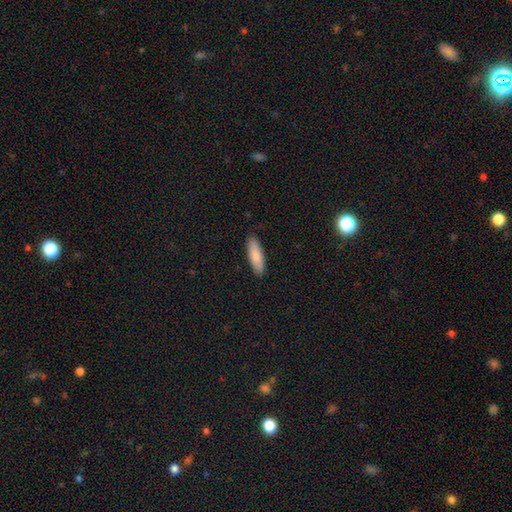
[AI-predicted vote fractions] smooth_or_featured: smooth (p=0.85) [alt: featured or disk p=0.09]
how_rounded: in between (p=0.52) [alt: cigar-shaped p=0.46]
merging: none (p=0.89) [alt: minor disturbance p=0.09]